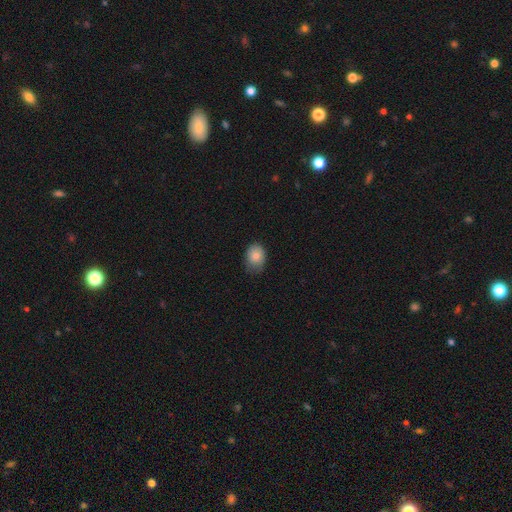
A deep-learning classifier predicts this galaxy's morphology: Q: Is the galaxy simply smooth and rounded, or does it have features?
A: smooth — 83%.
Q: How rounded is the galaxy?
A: in between — 66%.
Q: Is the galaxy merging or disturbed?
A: none — 60%.